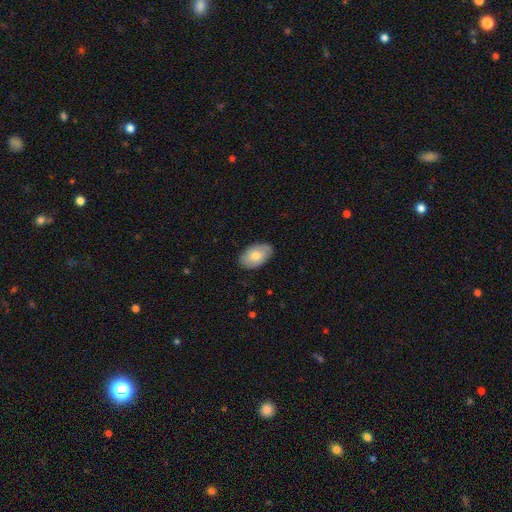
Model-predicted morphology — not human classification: Q: Smooth or featured?
A: smooth (67%); runner-up: featured or disk (27%)
Q: How rounded?
A: in between (92%); runner-up: round (6%)
Q: Merging?
A: none (81%); runner-up: minor disturbance (15%)